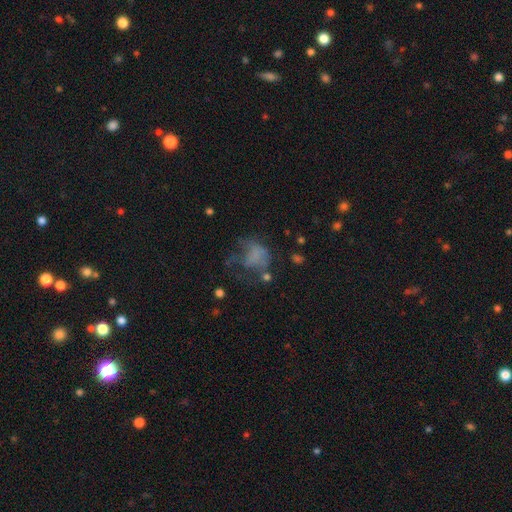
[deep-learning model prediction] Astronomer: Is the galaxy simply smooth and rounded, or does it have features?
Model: smooth — 46% (runner-up: featured or disk, 37%).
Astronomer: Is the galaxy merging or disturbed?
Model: major disturbance — 47% (runner-up: none, 28%).